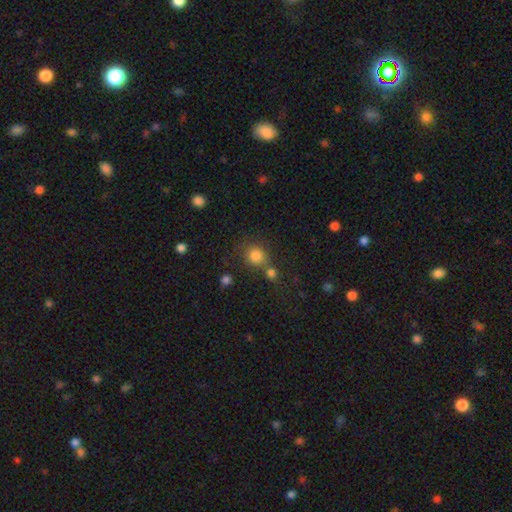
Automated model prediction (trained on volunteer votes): smooth-or-featured: smooth: 81% | star or artifact: 12% | featured or disk: 7%
  how-rounded: round: 84% | in between: 15% | cigar-shaped: 1%
  merging: none: 60% | merger: 24% | minor disturbance: 11% | major disturbance: 5%